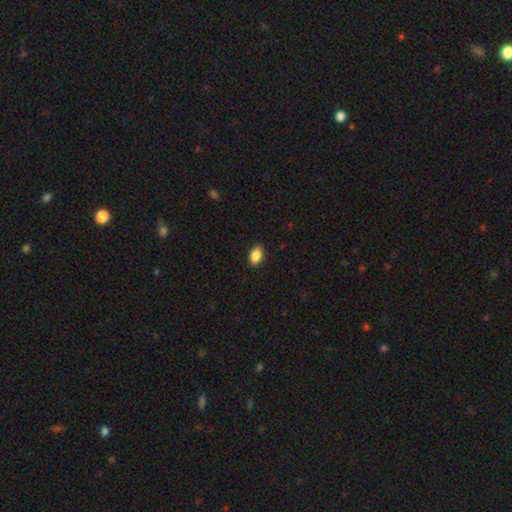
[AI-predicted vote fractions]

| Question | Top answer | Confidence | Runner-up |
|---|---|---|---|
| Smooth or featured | smooth | 88% | star or artifact (8%) |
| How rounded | in between | 87% | round (11%) |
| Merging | none | 88% | minor disturbance (9%) |